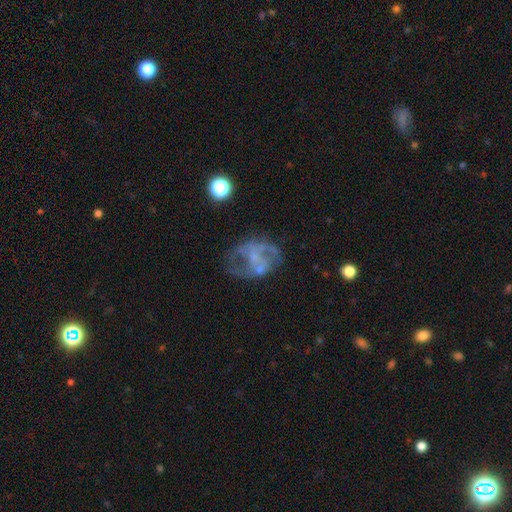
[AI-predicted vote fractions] Smooth or featured? Predicted: featured or disk (p=0.69). Edge-on disk? Predicted: no (p=0.98). Bar? Predicted: no (p=0.72). Spiral arms? Predicted: no (p=0.53). Bulge size? Predicted: none (p=0.59). Merging? Predicted: none (p=0.44).